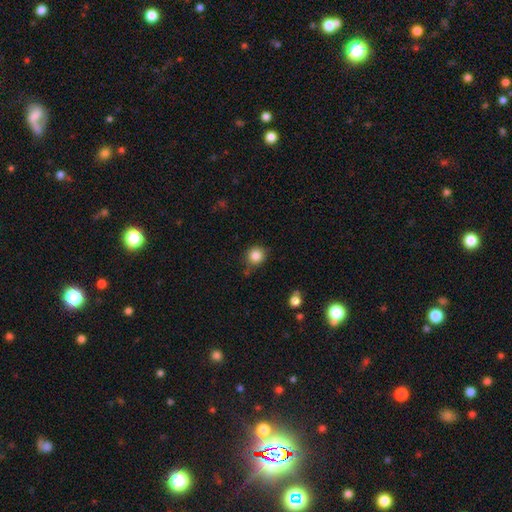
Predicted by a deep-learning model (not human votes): A smooth galaxy with no disk features (85%) that is round (87%).

Vote fractions:
- Smooth or featured? smooth: 85% / star or artifact: 10% / featured or disk: 5%
- How rounded? round: 87% / in between: 12% / cigar-shaped: 1%
- Merging? none: 77% / minor disturbance: 16% / merger: 4% / major disturbance: 3%